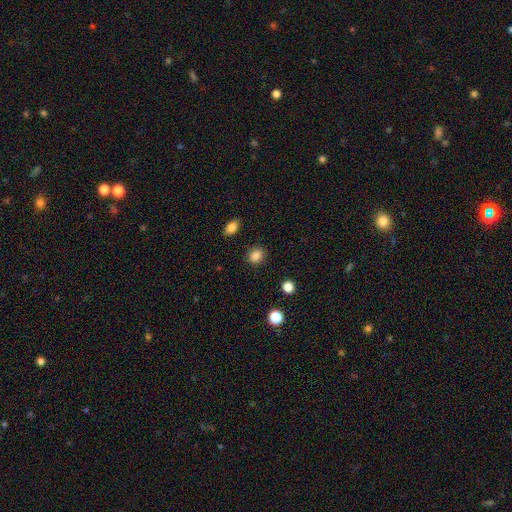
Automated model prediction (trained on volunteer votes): Smooth or featured?
  - smooth: 86% *
  - star or artifact: 10%
  - featured or disk: 4%
How rounded?
  - round: 64% *
  - in between: 35%
  - cigar-shaped: 1%
Merging?
  - none: 88% *
  - minor disturbance: 8%
  - major disturbance: 2%
  - merger: 2%